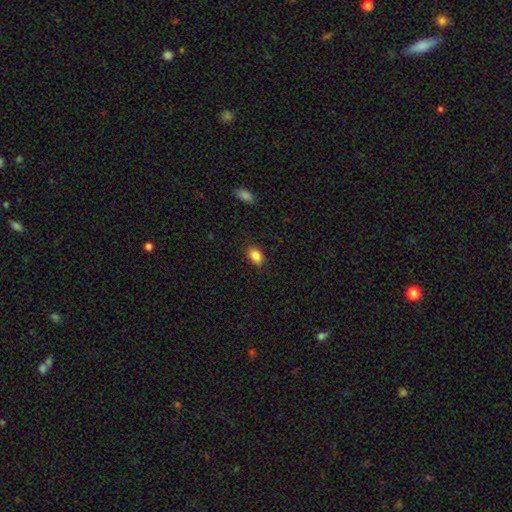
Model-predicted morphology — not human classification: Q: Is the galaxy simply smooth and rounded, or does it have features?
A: smooth — 87%.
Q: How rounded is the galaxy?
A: in between — 82%.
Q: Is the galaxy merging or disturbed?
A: none — 82%.